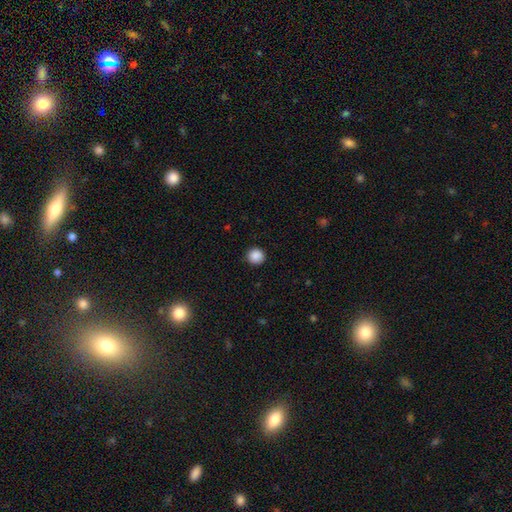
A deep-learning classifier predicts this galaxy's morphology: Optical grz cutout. It shows a smooth galaxy with no disk features (88%) that is round (93%). Merging: none (91%).